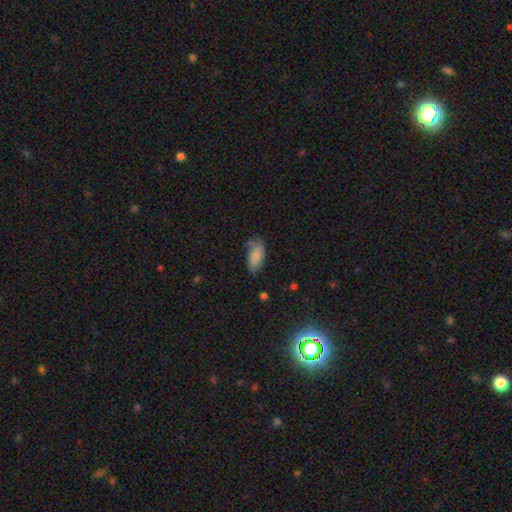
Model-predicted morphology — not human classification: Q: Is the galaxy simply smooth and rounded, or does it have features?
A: smooth — 78%.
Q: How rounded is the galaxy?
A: in between — 91%.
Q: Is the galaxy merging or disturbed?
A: none — 52%.